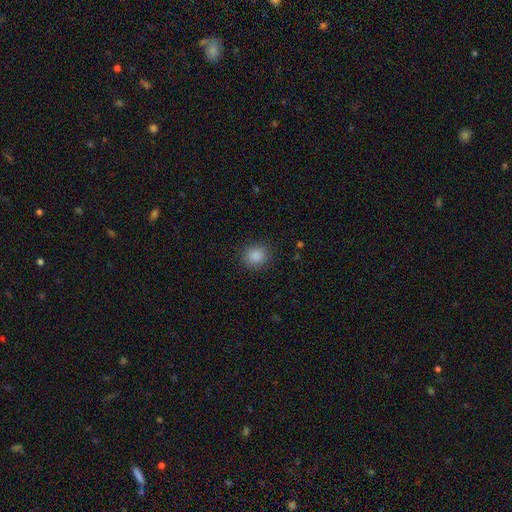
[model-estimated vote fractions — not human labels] Overall: smooth (87%). How rounded: round (82%). Merging: none (89%).